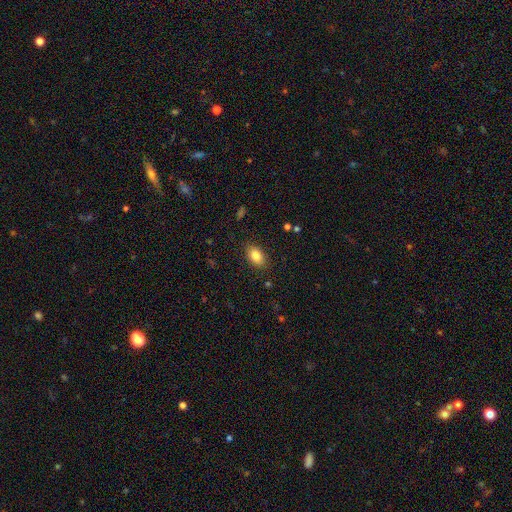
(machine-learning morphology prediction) Overall: smooth (84%). How rounded: in between (87%). Merging: none (86%).